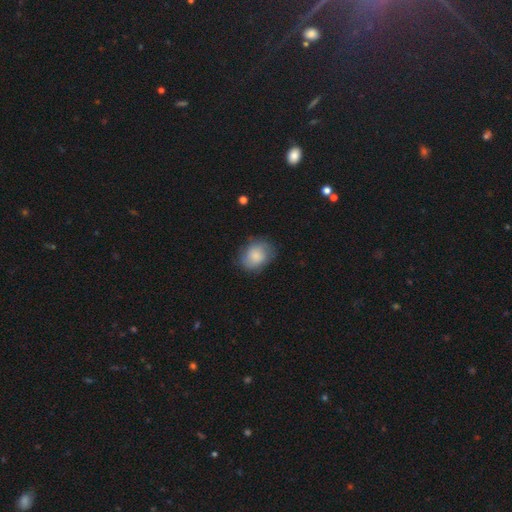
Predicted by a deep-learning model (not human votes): Overall: smooth (76%). How rounded: round (50%; in between 49%). Merging: none (71%).